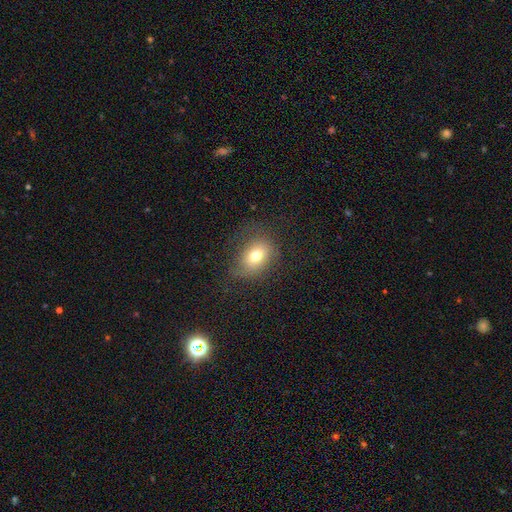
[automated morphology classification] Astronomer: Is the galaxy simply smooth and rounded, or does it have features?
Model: smooth — 71%.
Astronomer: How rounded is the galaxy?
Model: in between — 62% (runner-up: round, 37%).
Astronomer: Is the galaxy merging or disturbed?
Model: none — 67%.